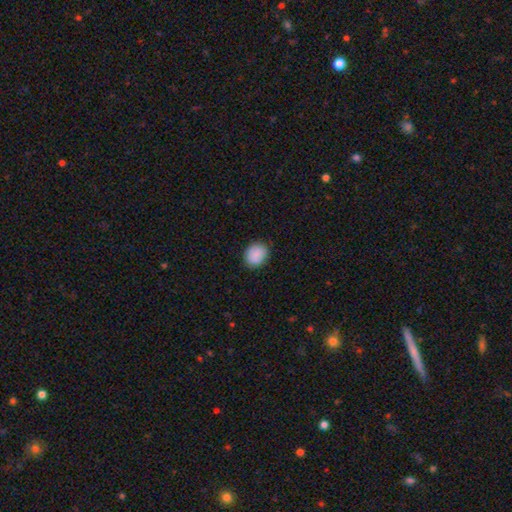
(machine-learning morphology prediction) smooth-or-featured: smooth: 89% | star or artifact: 7% | featured or disk: 3%
  how-rounded: round: 63% | in between: 36% | cigar-shaped: 1%
  merging: none: 86% | minor disturbance: 11% | major disturbance: 2% | merger: 1%